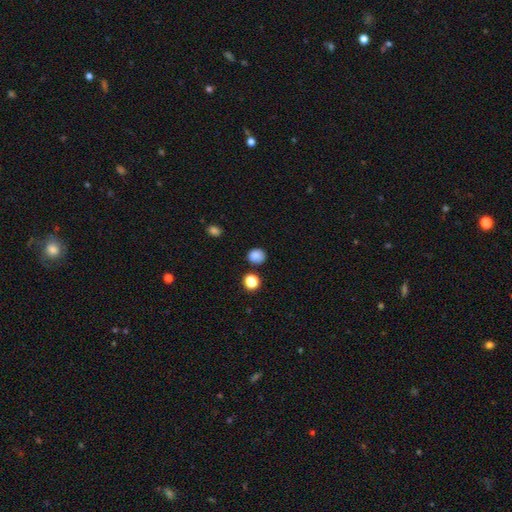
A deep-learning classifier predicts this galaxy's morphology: Smooth or featured?
  - smooth: 84% *
  - star or artifact: 12%
  - featured or disk: 5%
How rounded?
  - round: 75% *
  - in between: 24%
  - cigar-shaped: 1%
Merging?
  - none: 83% *
  - minor disturbance: 11%
  - merger: 4%
  - major disturbance: 3%